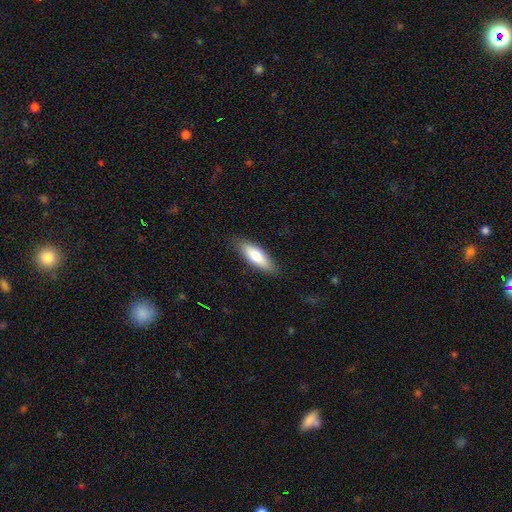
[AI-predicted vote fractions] smooth 74%, featured or disk 20%, star or artifact 6%. Down the decision tree: how rounded — in between (53%); merging — none (85%).